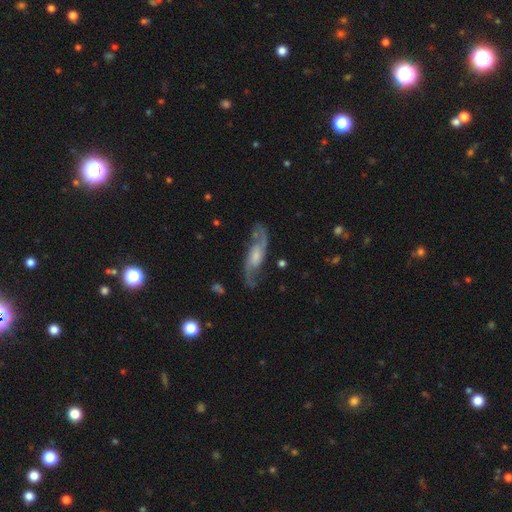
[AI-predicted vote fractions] Morphology: type=featured or disk (86%); edge-on=no (89%); bar=no (46%); spiral arms=yes (96%); winding=loose (46%); arm count=2 (92%); bulge=moderate (38%); merging=none (78%).